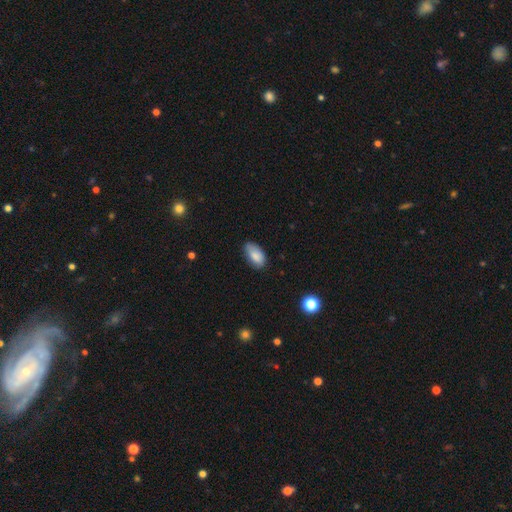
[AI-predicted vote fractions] A smooth galaxy with no disk features (84%) that is in between round and cigar-shaped (94%). Merging: none (67%).